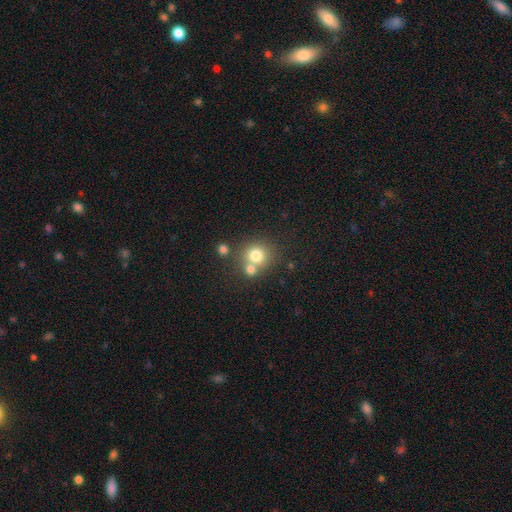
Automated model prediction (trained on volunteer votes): Q: Smooth or featured?
A: smooth (76%); runner-up: star or artifact (12%)
Q: How rounded?
A: round (85%); runner-up: in between (14%)
Q: Merging?
A: none (52%); runner-up: merger (36%)